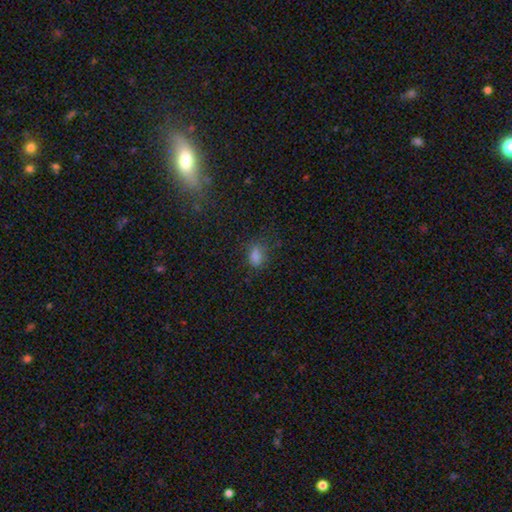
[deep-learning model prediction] Smooth or featured? Predicted: smooth (p=0.74). How rounded? Predicted: in between (p=0.77). Merging? Predicted: none (p=0.67).